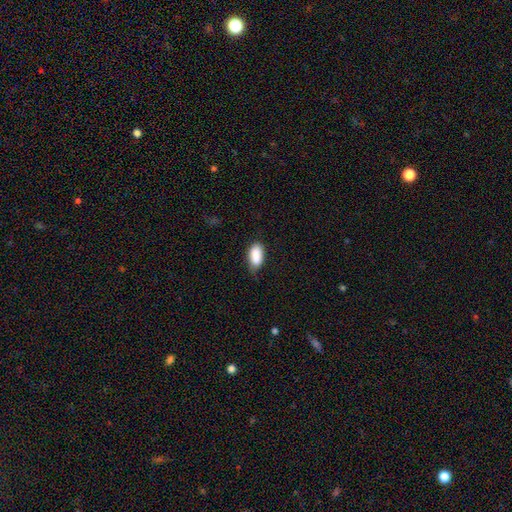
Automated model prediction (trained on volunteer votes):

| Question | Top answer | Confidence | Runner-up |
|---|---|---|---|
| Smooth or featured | smooth | 89% | star or artifact (7%) |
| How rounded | in between | 93% | cigar-shaped (4%) |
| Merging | none | 62% | minor disturbance (31%) |